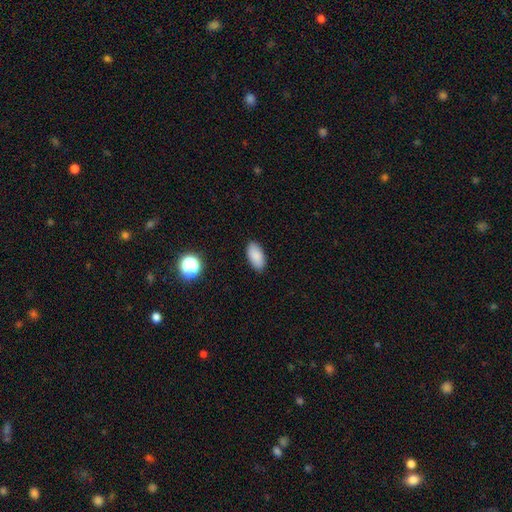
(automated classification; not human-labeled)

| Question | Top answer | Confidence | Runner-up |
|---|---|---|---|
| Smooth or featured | smooth | 87% | star or artifact (8%) |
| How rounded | in between | 93% | cigar-shaped (4%) |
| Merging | none | 88% | minor disturbance (9%) |